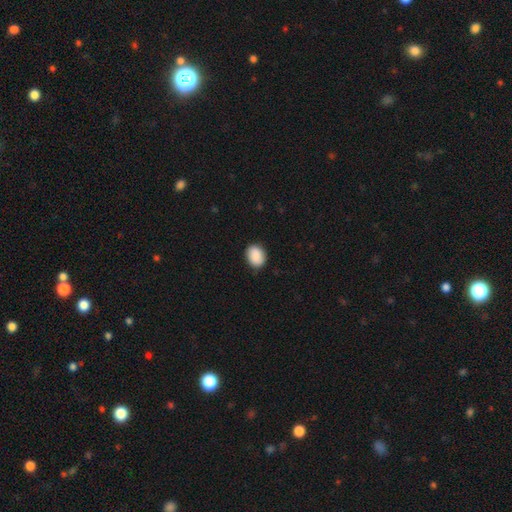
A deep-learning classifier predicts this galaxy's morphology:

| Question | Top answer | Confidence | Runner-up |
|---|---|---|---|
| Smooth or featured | smooth | 89% | star or artifact (7%) |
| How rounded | in between | 61% | round (38%) |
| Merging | none | 86% | minor disturbance (11%) |